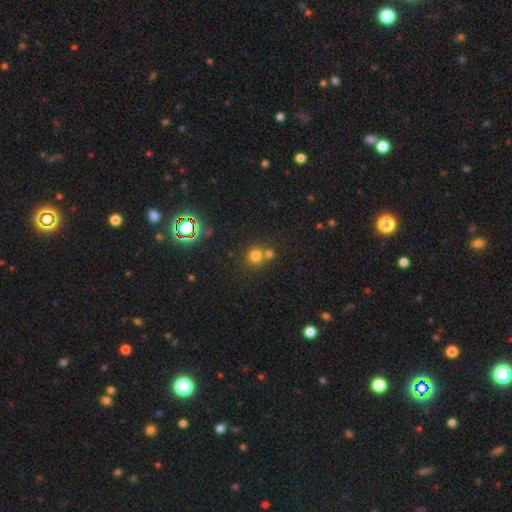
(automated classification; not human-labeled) Morphology: type=smooth (72%); roundness=round (90%); merging=none (58%).